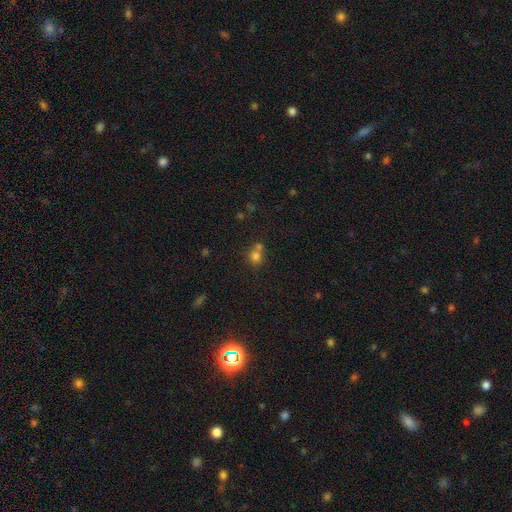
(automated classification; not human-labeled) smooth-or-featured: smooth: 76% | star or artifact: 15% | featured or disk: 10%
  how-rounded: round: 80% | in between: 19% | cigar-shaped: 1%
  merging: none: 46% | merger: 41% | minor disturbance: 9% | major disturbance: 4%